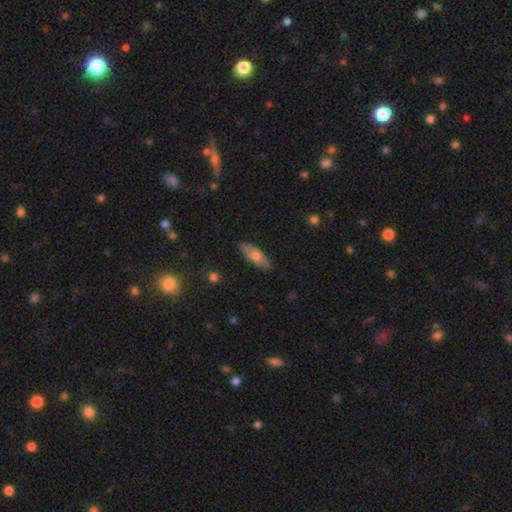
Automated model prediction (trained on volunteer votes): smooth-or-featured: smooth: 66% | featured or disk: 28% | star or artifact: 7%
  how-rounded: in between: 66% | cigar-shaped: 31% | round: 3%
  merging: none: 85% | minor disturbance: 12% | major disturbance: 2% | merger: 1%